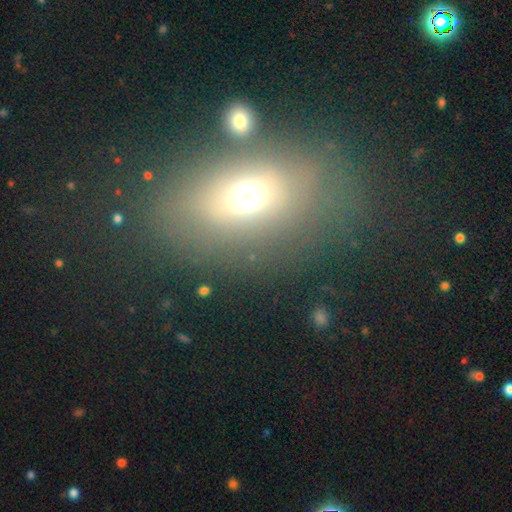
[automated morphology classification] smooth 57%, featured or disk 25%, star or artifact 18%. Down the decision tree: how rounded — in between (78%); merging — none (65%).